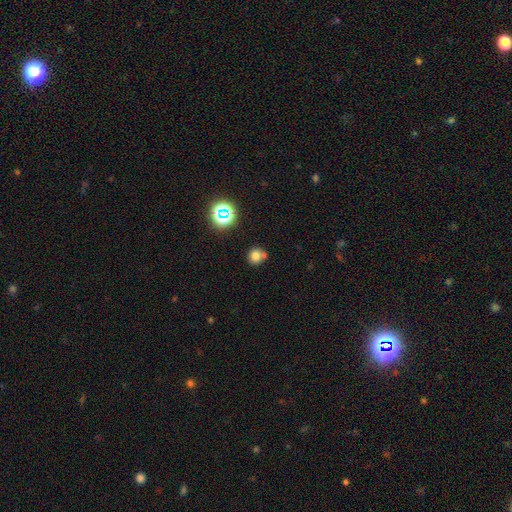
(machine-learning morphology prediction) smooth-or-featured: smooth: 74% | star or artifact: 17% | featured or disk: 10%
  how-rounded: round: 86% | in between: 13% | cigar-shaped: 1%
  merging: none: 62% | merger: 23% | minor disturbance: 11% | major disturbance: 4%